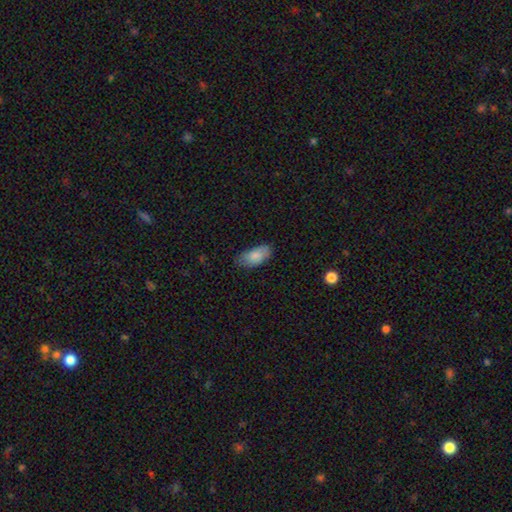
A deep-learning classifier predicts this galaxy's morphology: Smooth or featured?
  - smooth: 84% *
  - featured or disk: 10%
  - star or artifact: 7%
How rounded?
  - in between: 93% *
  - cigar-shaped: 5%
  - round: 3%
Merging?
  - none: 71% *
  - minor disturbance: 23%
  - major disturbance: 4%
  - merger: 1%